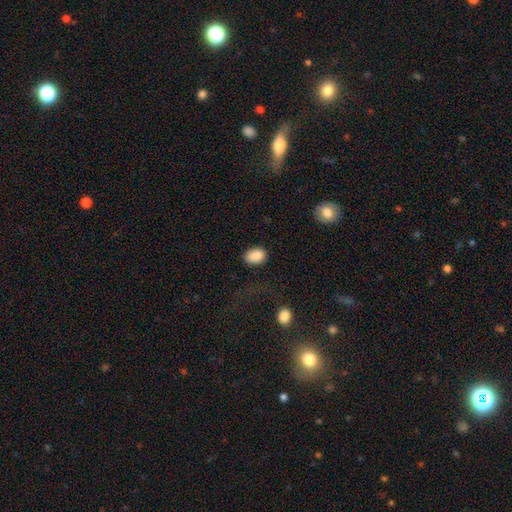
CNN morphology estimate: This is clearly a smooth galaxy (88%). How rounded: likely in between (76%). Merging: likely none (79%).